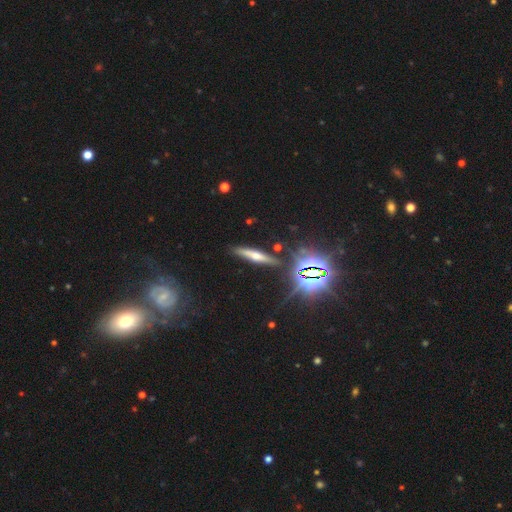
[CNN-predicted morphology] This appears to be a featured or disk galaxy (44%). Merging: none (83%).